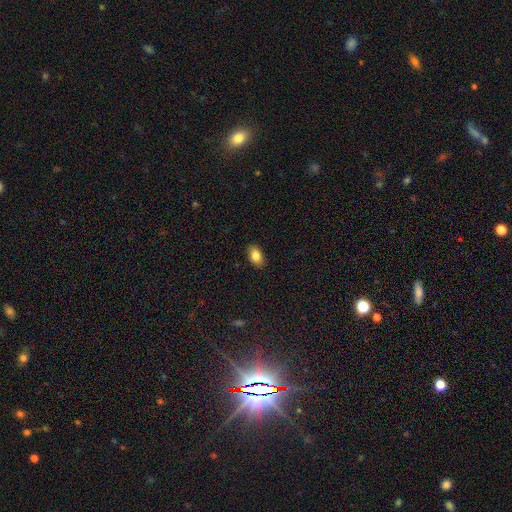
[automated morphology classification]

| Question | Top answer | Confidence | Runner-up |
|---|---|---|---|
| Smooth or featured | smooth | 84% | star or artifact (8%) |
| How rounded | in between | 89% | round (9%) |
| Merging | none | 88% | minor disturbance (9%) |